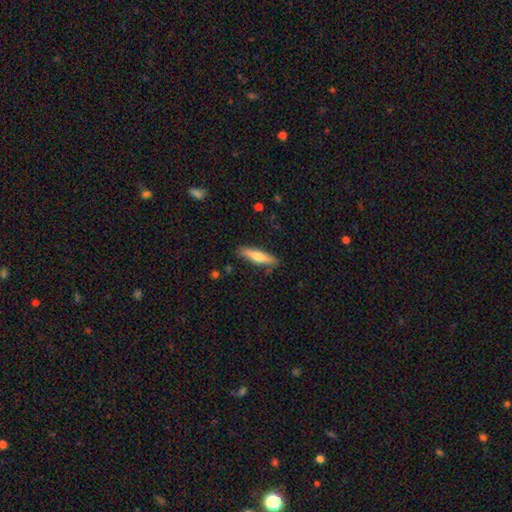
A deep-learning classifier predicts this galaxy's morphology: type=smooth (62%); roundness=cigar-shaped (77%); merging=none (86%).